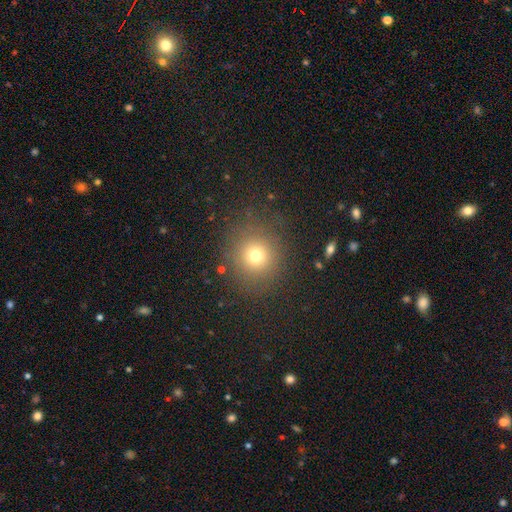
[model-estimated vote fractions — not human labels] This appears to be a smooth galaxy with no disk features (73%) that is round (91%). Merging: none (84%).